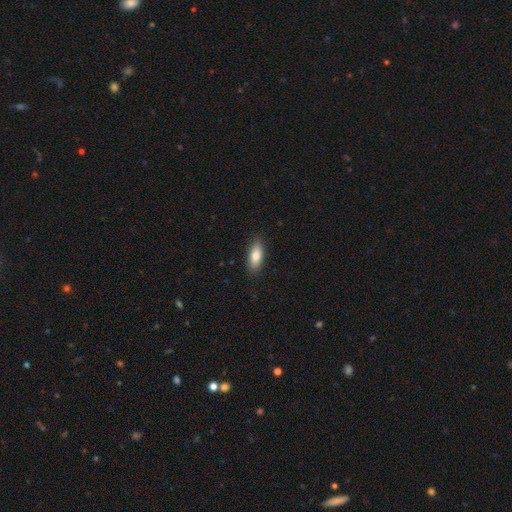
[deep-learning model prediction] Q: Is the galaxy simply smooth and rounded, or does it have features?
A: smooth — 84%.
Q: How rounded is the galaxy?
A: in between — 76%.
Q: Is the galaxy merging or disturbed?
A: none — 85%.